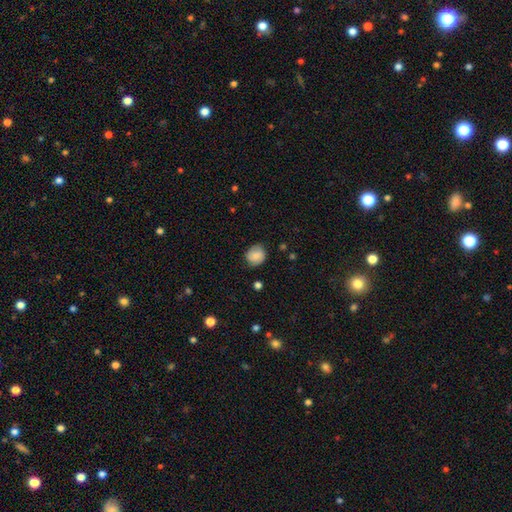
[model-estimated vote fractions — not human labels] smooth_or_featured: smooth (p=0.79) [alt: featured or disk p=0.13]
how_rounded: round (p=0.76) [alt: in between p=0.23]
merging: none (p=0.79) [alt: minor disturbance p=0.16]